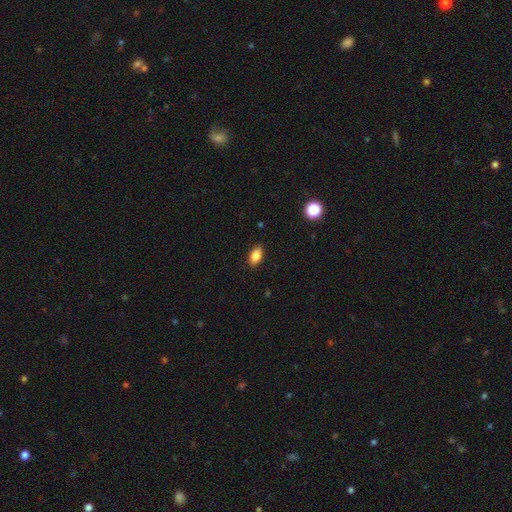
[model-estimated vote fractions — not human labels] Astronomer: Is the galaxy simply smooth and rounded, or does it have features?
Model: smooth — 85%.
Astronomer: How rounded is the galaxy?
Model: in between — 90%.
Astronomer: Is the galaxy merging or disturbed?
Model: none — 88%.